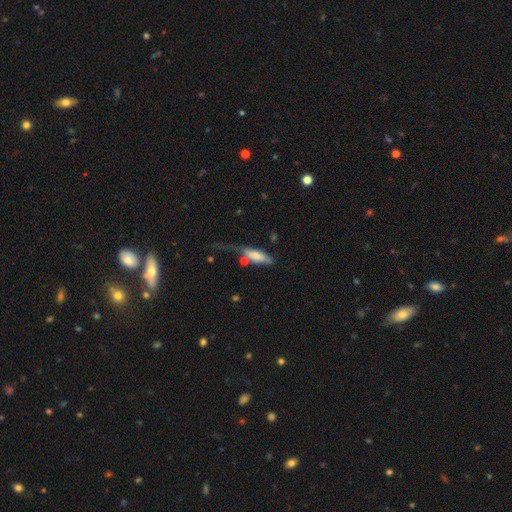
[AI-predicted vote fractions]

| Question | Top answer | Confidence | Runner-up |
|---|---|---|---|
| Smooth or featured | smooth | 67% | featured or disk (27%) |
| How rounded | in between | 60% | cigar-shaped (37%) |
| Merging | major disturbance | 31% | none (28%) |